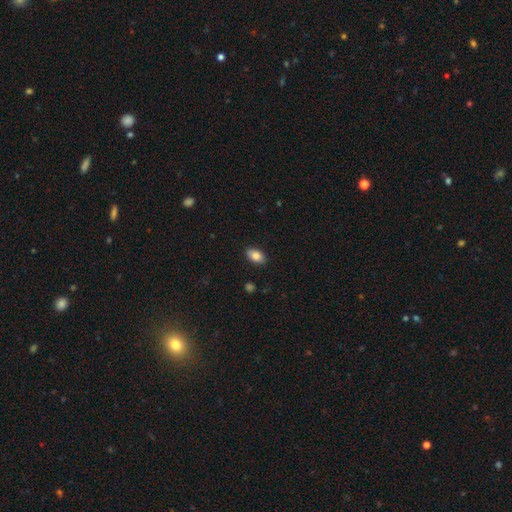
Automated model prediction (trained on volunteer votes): This appears to be a smooth galaxy with no disk features (84%) that is in between round and cigar-shaped (92%). Merging: none (88%).